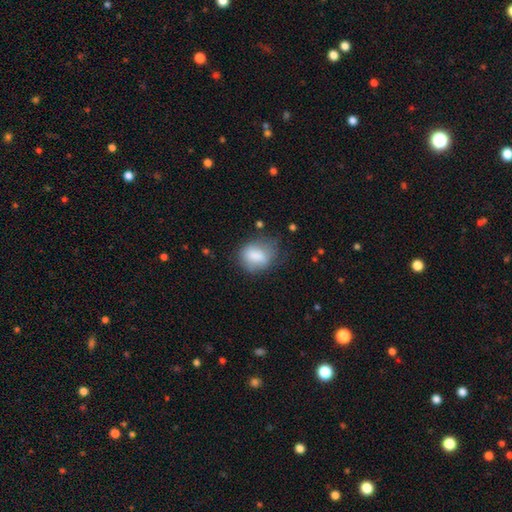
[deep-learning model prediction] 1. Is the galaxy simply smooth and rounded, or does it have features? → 78% smooth, 14% featured or disk, 8% star or artifact.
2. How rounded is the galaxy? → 54% in between, 44% round, 1% cigar-shaped.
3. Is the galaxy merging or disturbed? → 48% none, 32% minor disturbance, 17% major disturbance, 4% merger.